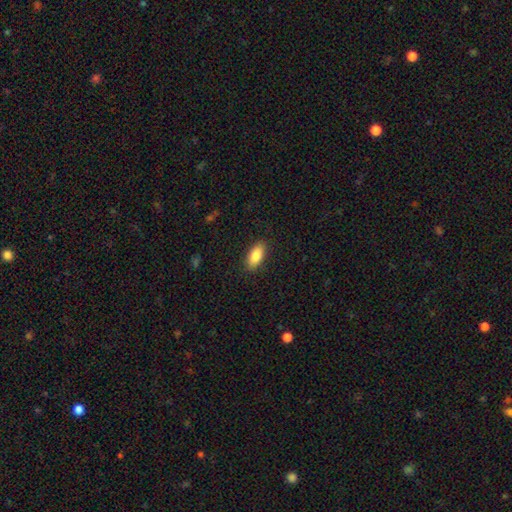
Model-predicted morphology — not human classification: Smooth or featured: smooth — 84% (featured or disk — 9%)
How rounded: in between — 86% (cigar-shaped — 11%)
Merging: none — 88% (minor disturbance — 9%)